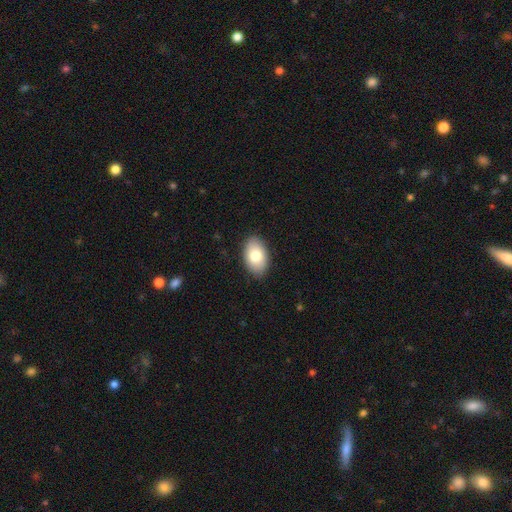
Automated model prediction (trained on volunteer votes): Overall: smooth (81%). How rounded: in between (93%). Merging: none (86%).